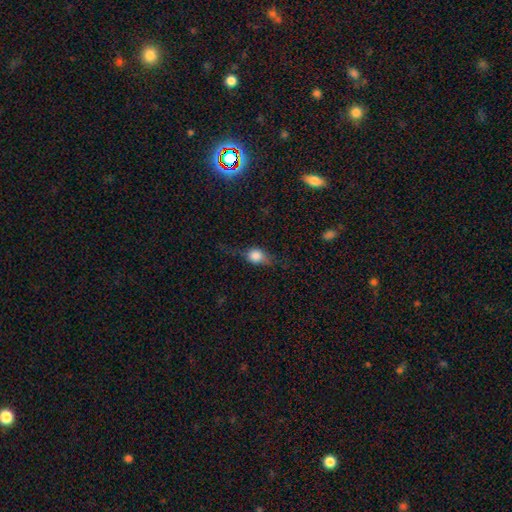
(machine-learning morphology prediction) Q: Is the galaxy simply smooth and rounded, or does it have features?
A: smooth — 52%.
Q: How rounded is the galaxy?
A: round — 54%.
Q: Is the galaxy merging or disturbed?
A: none — 60%.